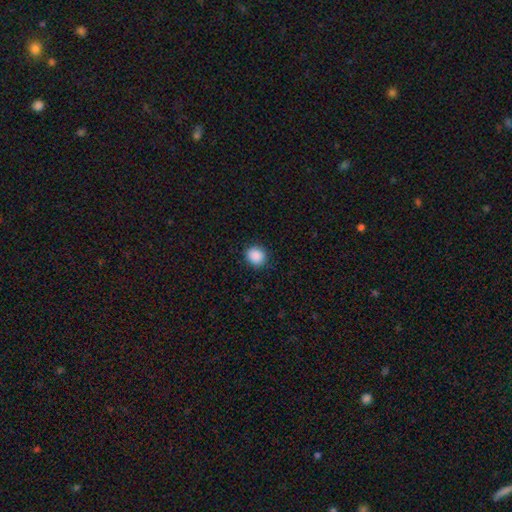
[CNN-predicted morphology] Smooth or featured?
  - smooth: 89% *
  - star or artifact: 9%
  - featured or disk: 2%
How rounded?
  - round: 83% *
  - in between: 17%
  - cigar-shaped: 1%
Merging?
  - none: 89% *
  - minor disturbance: 7%
  - major disturbance: 2%
  - merger: 1%